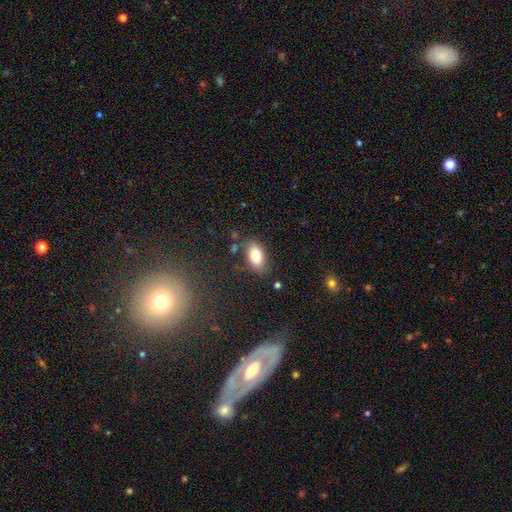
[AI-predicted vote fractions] smooth-or-featured: smooth: 80% | featured or disk: 12% | star or artifact: 8%
  how-rounded: in between: 91% | round: 7% | cigar-shaped: 2%
  merging: none: 79% | minor disturbance: 14% | merger: 4% | major disturbance: 4%